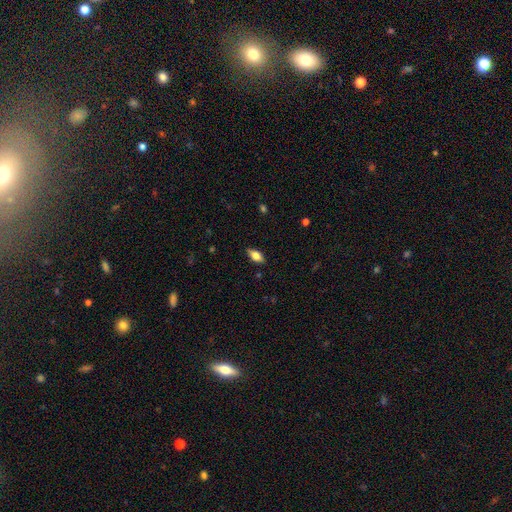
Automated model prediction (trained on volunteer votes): A smooth galaxy with no disk features (72%) that is in between round and cigar-shaped (86%).

Vote fractions:
- Smooth or featured? smooth: 72% / featured or disk: 20% / star or artifact: 7%
- How rounded? in between: 86% / cigar-shaped: 10% / round: 3%
- Merging? none: 86% / minor disturbance: 11% / major disturbance: 2% / merger: 1%